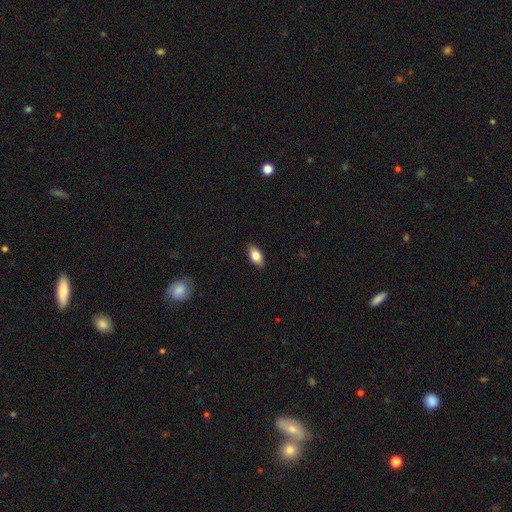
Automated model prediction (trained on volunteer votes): This appears to be a smooth galaxy with no disk features (80%) that is in between round and cigar-shaped (89%). Merging: none (88%).